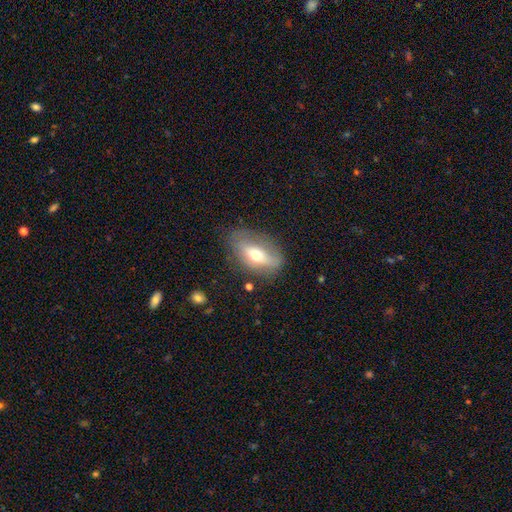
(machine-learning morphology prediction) Smooth or featured?
  - smooth: 53% *
  - featured or disk: 39%
  - star or artifact: 8%
How rounded?
  - in between: 83% *
  - round: 10%
  - cigar-shaped: 7%
Merging?
  - none: 68% *
  - minor disturbance: 21%
  - major disturbance: 9%
  - merger: 2%